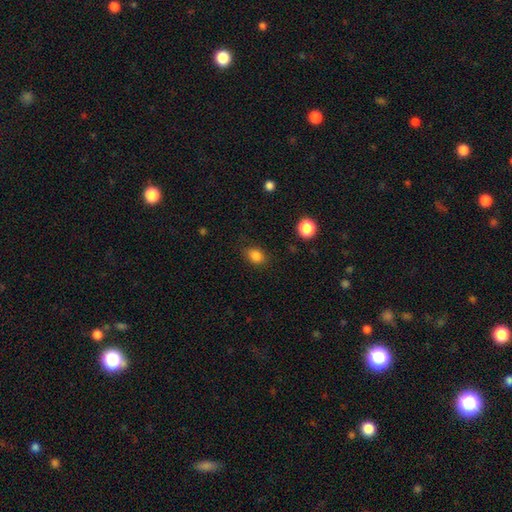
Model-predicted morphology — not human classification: A smooth galaxy with no disk features (84%) that is in between round and cigar-shaped (59%). Merging: none (82%).